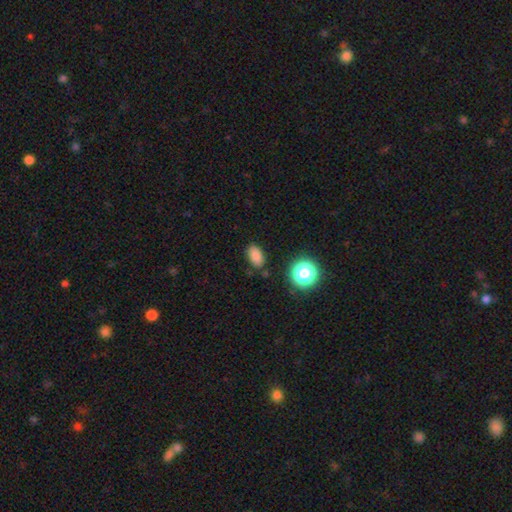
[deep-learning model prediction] Smooth or featured: smooth — 82% (star or artifact — 14%)
How rounded: in between — 87% (round — 11%)
Merging: none — 83% (minor disturbance — 11%)